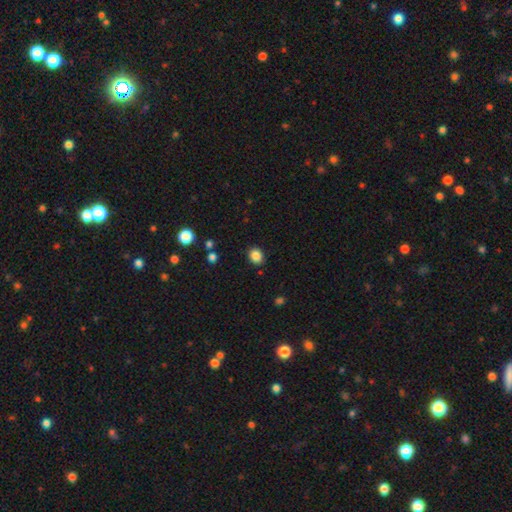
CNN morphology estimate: Overall: smooth (86%). How rounded: round (50%; in between 49%). Merging: none (87%).